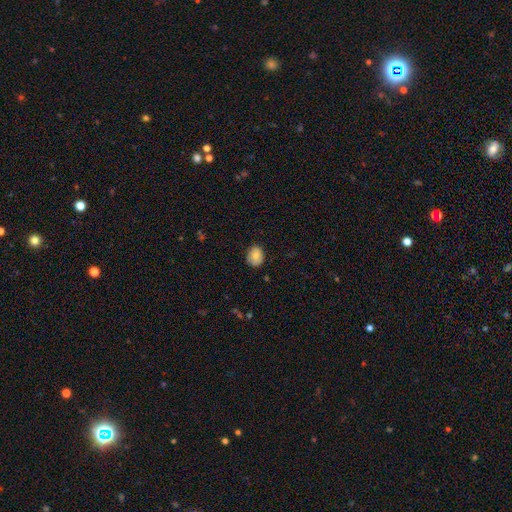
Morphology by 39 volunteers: A smooth galaxy with no disk features (79%) that is round (77%).

Vote fractions:
- Smooth or featured? smooth: 79% / featured or disk: 13% / star or artifact: 8%
- How rounded? round: 77% / in between: 23% / cigar-shaped: 0%
- Merging? none: 83% / minor disturbance: 11% / major disturbance: 3% / merger: 3%